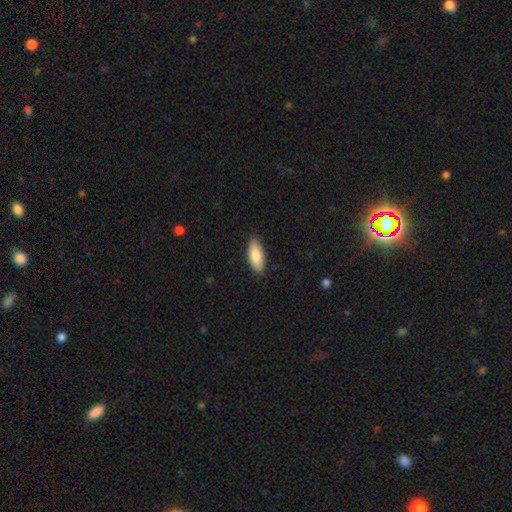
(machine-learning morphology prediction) Smooth or featured: smooth — 83% (featured or disk — 12%)
How rounded: in between — 77% (cigar-shaped — 21%)
Merging: none — 85% (minor disturbance — 12%)